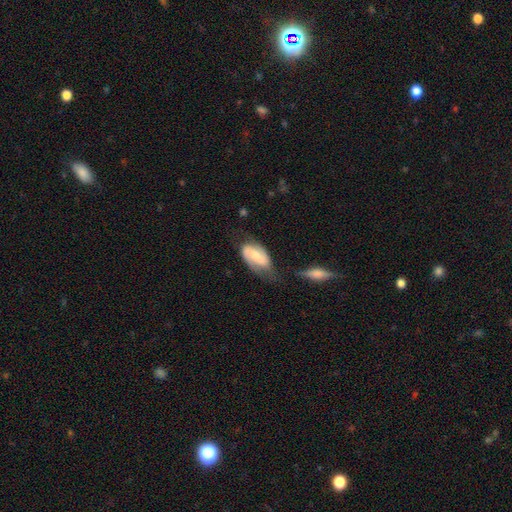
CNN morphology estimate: This appears to be a featured or disk galaxy (59%) with a weak bar (42%), 2 (81%) medium (44%) spiral arms (89%) and a small central bulge (41%). Merging: none (45%).